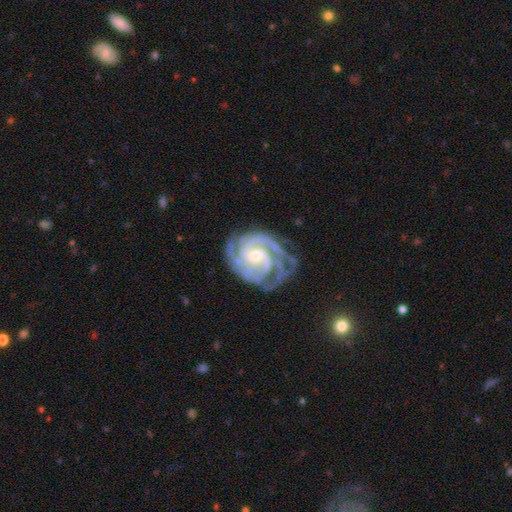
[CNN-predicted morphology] This appears to be a featured or disk galaxy (93%) with no bar (56%), 3 (37%) tight (68%) spiral arms (99%) and a small central bulge (62%). Merging: none (71%).